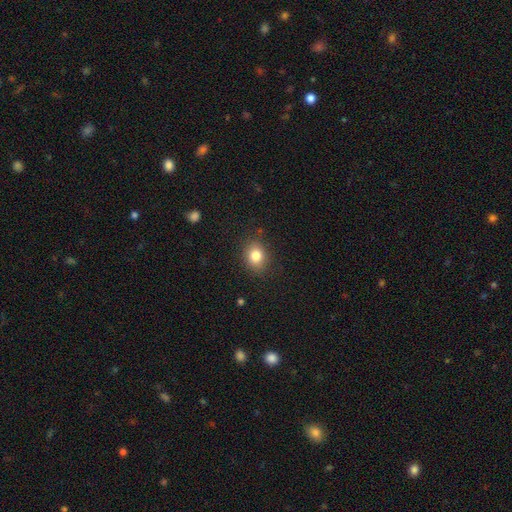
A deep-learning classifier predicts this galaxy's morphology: Smooth or featured: smooth — 82% (star or artifact — 11%)
How rounded: round — 52% (in between — 47%)
Merging: none — 86% (minor disturbance — 10%)